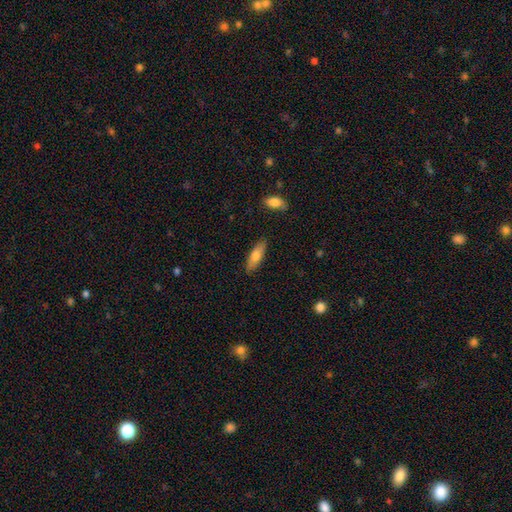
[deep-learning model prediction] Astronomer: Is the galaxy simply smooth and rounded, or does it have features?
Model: smooth — 73%.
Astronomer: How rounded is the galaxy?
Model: in between — 50% (runner-up: cigar-shaped, 49%).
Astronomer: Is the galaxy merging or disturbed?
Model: none — 85%.